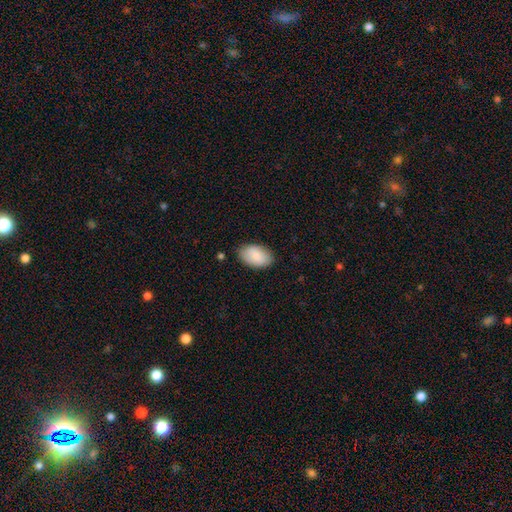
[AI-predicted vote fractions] Overall: smooth (87%). How rounded: in between (93%). Merging: none (81%).